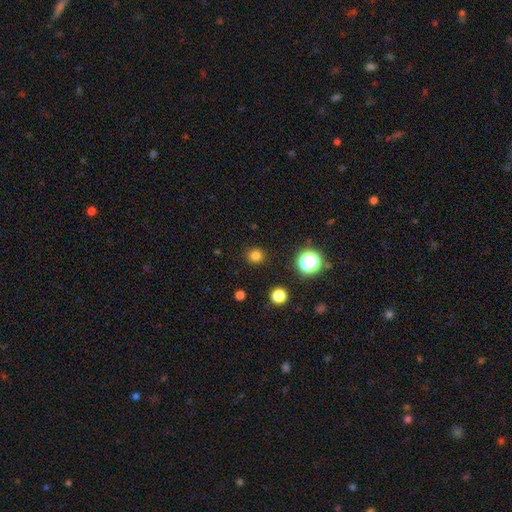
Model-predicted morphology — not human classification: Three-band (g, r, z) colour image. It shows a smooth galaxy with no disk features (79%) that is round (90%). Merging: none (90%).